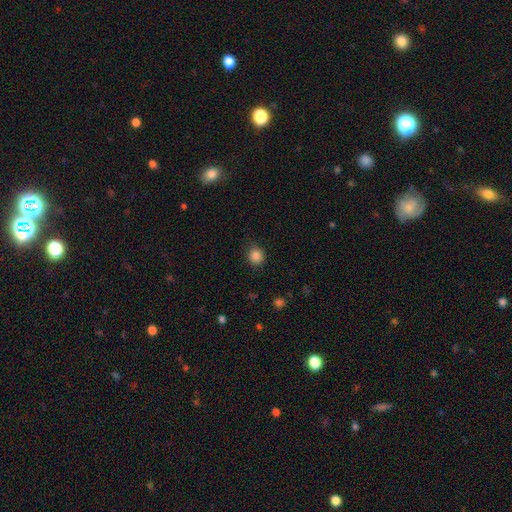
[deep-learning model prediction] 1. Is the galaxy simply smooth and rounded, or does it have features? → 85% smooth, 11% star or artifact, 3% featured or disk.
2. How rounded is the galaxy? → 86% round, 13% in between, 1% cigar-shaped.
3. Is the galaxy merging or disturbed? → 82% none, 13% minor disturbance, 3% major disturbance, 1% merger.